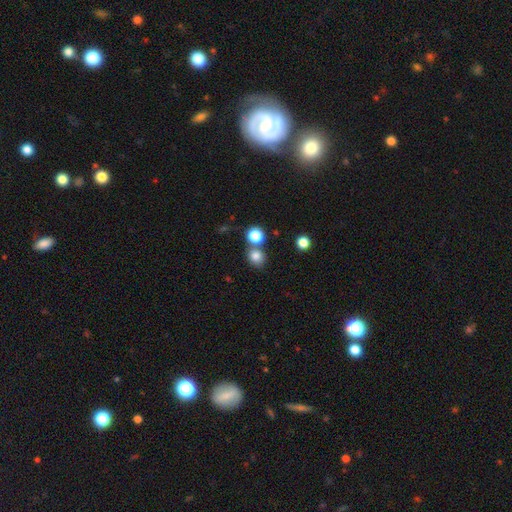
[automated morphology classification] type=smooth (81%); roundness=round (73%); merging=none (60%).